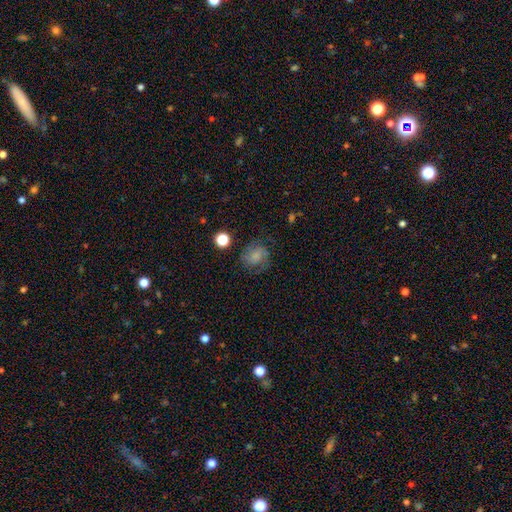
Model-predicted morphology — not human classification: smooth_or_featured: smooth (p=0.53) [alt: featured or disk p=0.35]
how_rounded: round (p=0.70) [alt: in between p=0.29]
merging: none (p=0.65) [alt: minor disturbance p=0.21]